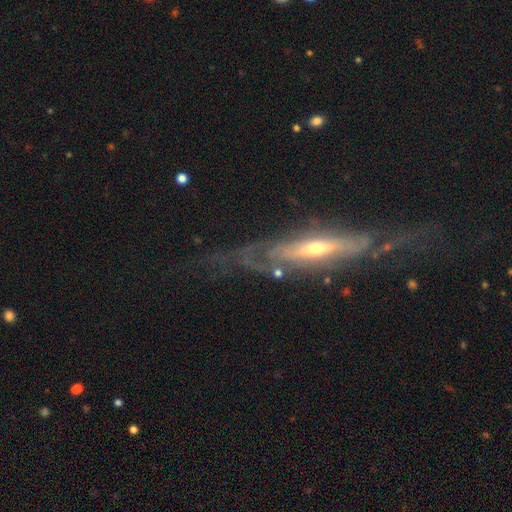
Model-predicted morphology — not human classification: smooth-or-featured: featured or disk: 83% | smooth: 11% | star or artifact: 6%
  disk-edge-on: no: 50% (tied) | yes: 50% (tied)
  merging: none: 59% | minor disturbance: 20% | major disturbance: 18% | merger: 2%